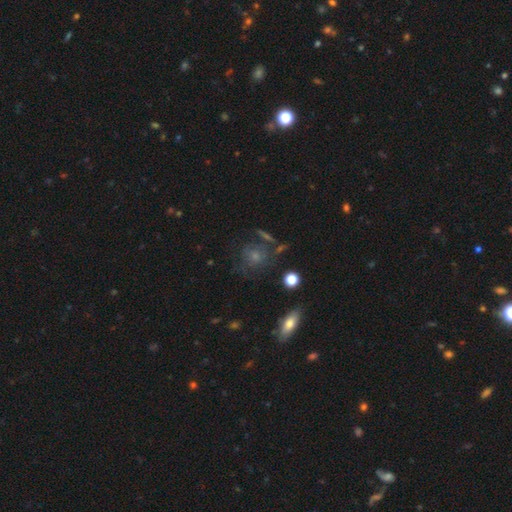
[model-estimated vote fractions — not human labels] Smooth or featured? smooth (45%)
Merging? none (61%)